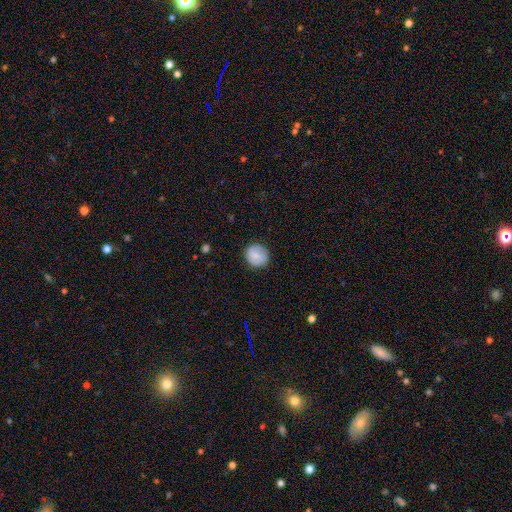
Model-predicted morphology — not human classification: Smooth or featured: smooth — 70% (featured or disk — 22%)
How rounded: round — 87% (in between — 12%)
Merging: none — 84% (minor disturbance — 12%)